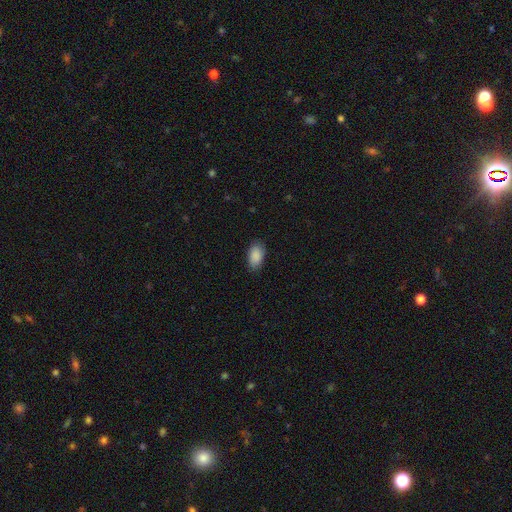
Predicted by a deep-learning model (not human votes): Smooth or featured? smooth (90%)
How rounded? in between (94%)
Merging? none (84%)